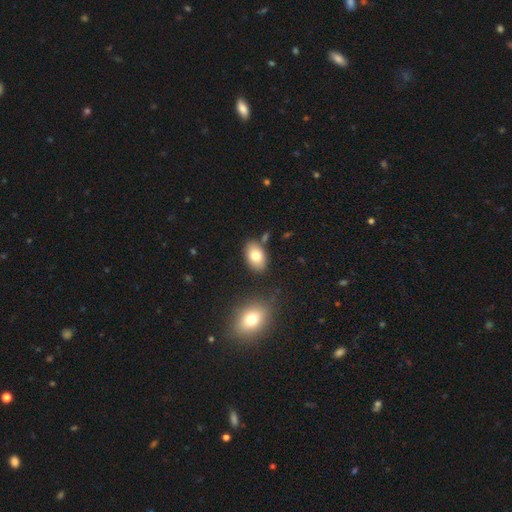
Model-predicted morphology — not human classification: This appears to be a smooth galaxy with no disk features (79%) that is in between round and cigar-shaped (90%). Merging: none (80%).